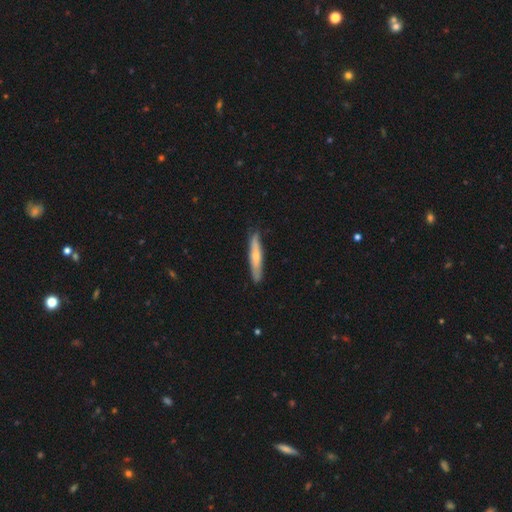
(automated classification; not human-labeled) A smooth galaxy with no disk features (56%) that is cigar-shaped (91%).

Vote fractions:
- Smooth or featured? smooth: 56% / featured or disk: 39% / star or artifact: 5%
- How rounded? cigar-shaped: 91% / in between: 8% / round: 1%
- Merging? none: 83% / minor disturbance: 14% / major disturbance: 2% / merger: 1%